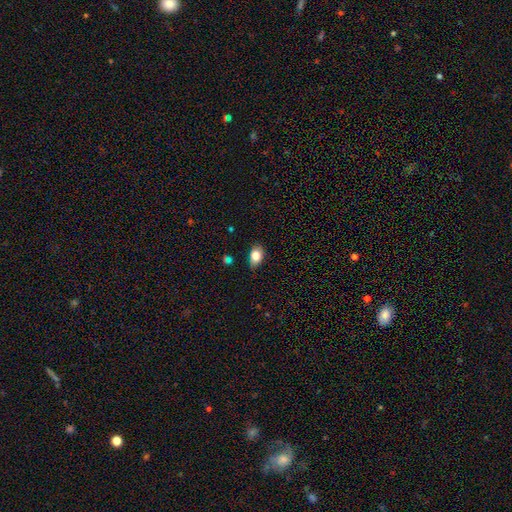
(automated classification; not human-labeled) Smooth or featured: smooth — 81% (featured or disk — 10%)
How rounded: in between — 82% (round — 16%)
Merging: none — 79% (minor disturbance — 17%)